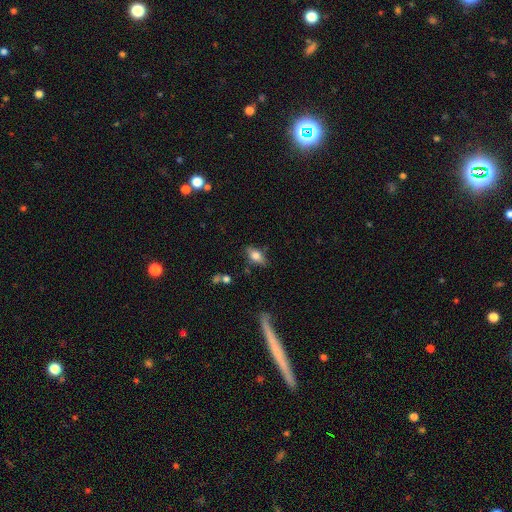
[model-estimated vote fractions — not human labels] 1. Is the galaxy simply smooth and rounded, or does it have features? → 67% smooth, 25% featured or disk, 8% star or artifact.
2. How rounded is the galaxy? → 80% in between, 14% cigar-shaped, 6% round.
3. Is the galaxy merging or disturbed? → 77% none, 16% minor disturbance, 4% major disturbance, 3% merger.